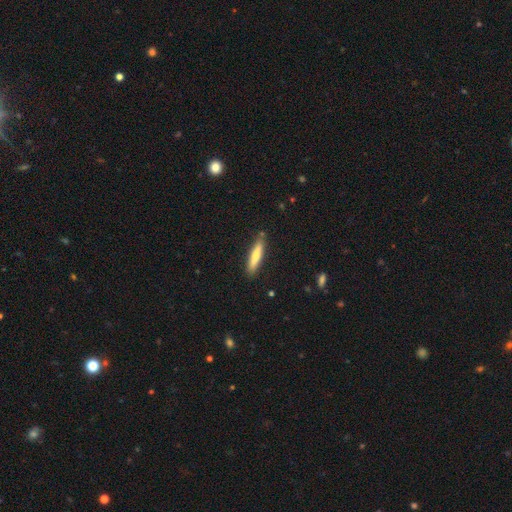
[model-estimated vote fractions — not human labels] Smooth or featured? smooth (66%)
How rounded? cigar-shaped (86%)
Merging? none (86%)